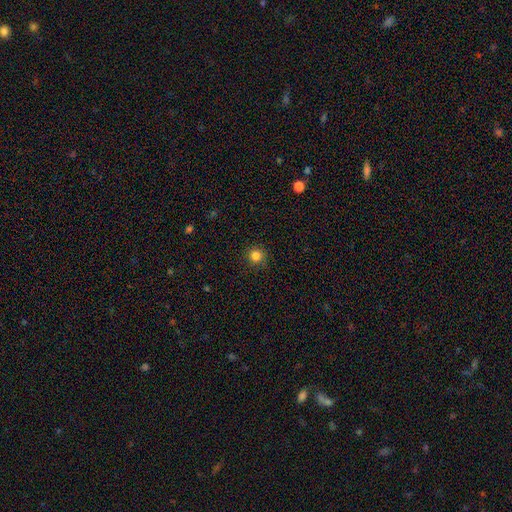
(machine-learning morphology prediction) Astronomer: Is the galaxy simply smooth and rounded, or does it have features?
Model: smooth — 83%.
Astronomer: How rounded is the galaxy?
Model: round — 95%.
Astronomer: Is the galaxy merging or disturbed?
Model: none — 91%.